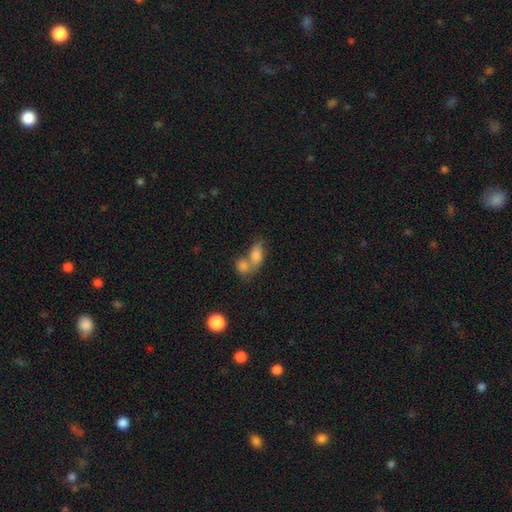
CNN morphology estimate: Q: Smooth or featured?
A: smooth (74%); runner-up: featured or disk (15%)
Q: How rounded?
A: in between (76%); runner-up: round (19%)
Q: Merging?
A: merger (63%); runner-up: none (23%)